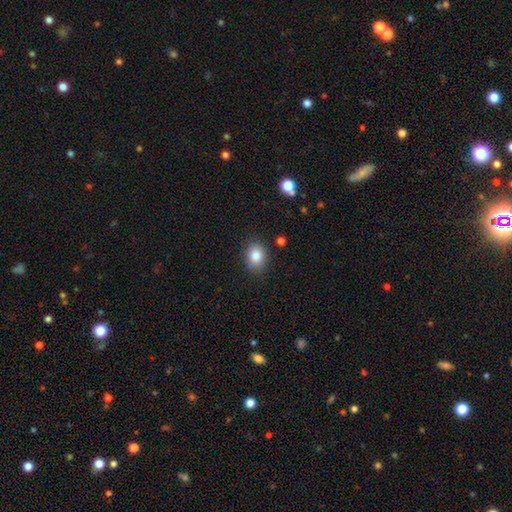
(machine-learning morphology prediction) smooth 85%, star or artifact 9%, featured or disk 6%. Down the decision tree: how rounded — in between (62%); merging — none (83%).